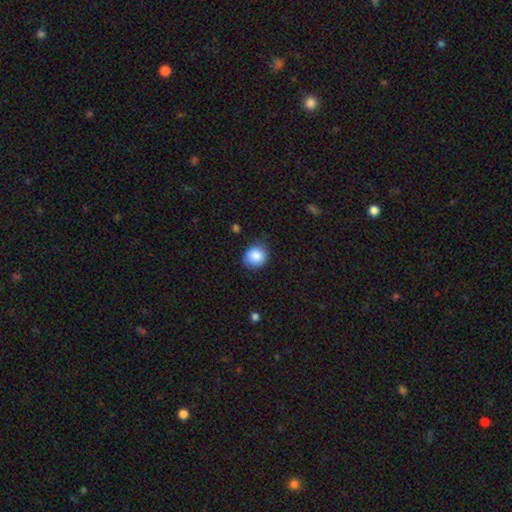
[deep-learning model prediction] A smooth galaxy with no disk features (86%) that is round (81%).

Vote fractions:
- Smooth or featured? smooth: 86% / star or artifact: 8% / featured or disk: 6%
- How rounded? round: 81% / in between: 18% / cigar-shaped: 1%
- Merging? none: 78% / minor disturbance: 18% / major disturbance: 3% / merger: 1%